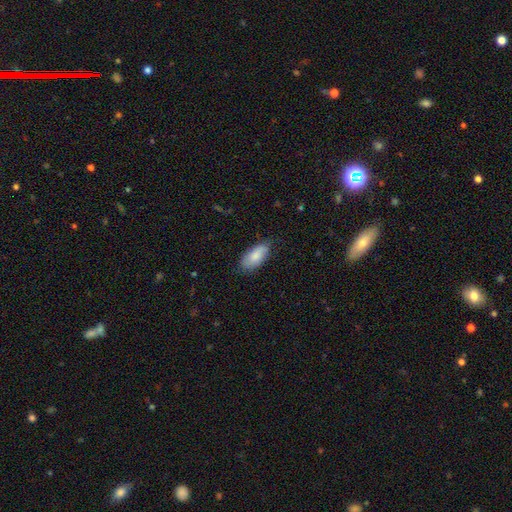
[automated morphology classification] smooth-or-featured: smooth: 82% | featured or disk: 12% | star or artifact: 6%
  how-rounded: in between: 90% | cigar-shaped: 8% | round: 2%
  merging: none: 75% | minor disturbance: 21% | major disturbance: 3% | merger: 1%